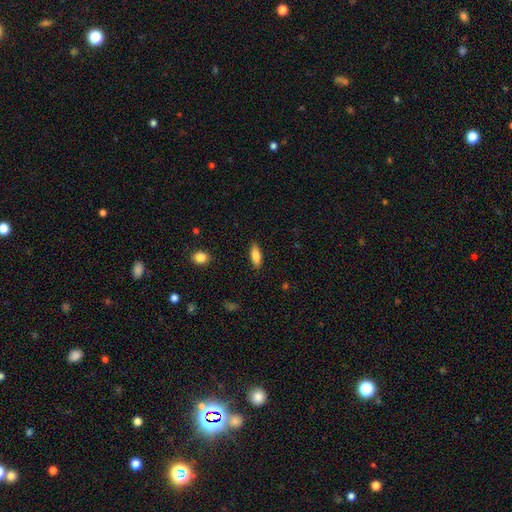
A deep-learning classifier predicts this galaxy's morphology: smooth 83%, featured or disk 10%, star or artifact 7%. Down the decision tree: how rounded — in between (72%); merging — none (86%).